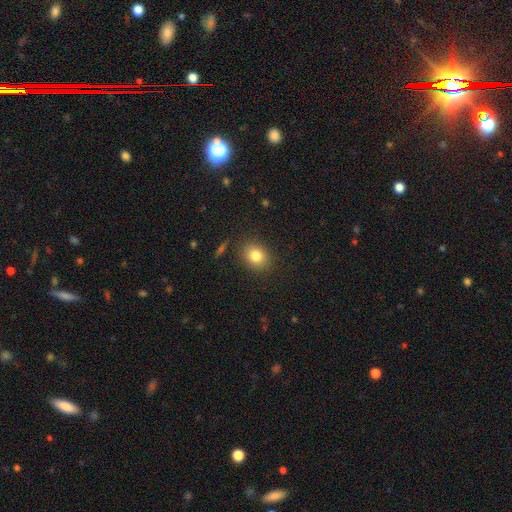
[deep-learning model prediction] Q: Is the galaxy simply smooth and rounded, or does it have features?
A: smooth — 82%.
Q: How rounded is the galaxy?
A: round — 58%.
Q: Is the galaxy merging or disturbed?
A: none — 87%.